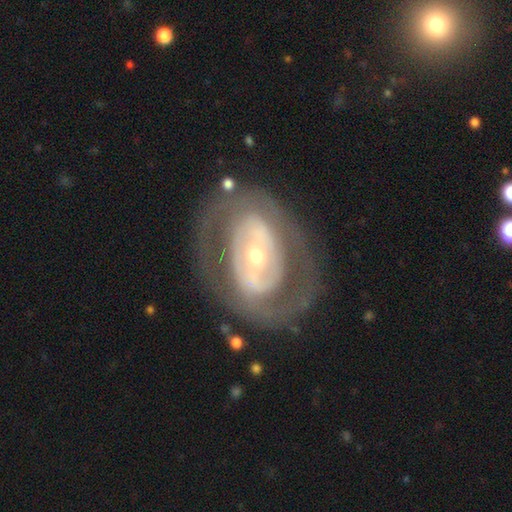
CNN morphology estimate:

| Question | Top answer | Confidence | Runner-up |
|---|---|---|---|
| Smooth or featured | featured or disk | 79% | smooth (16%) |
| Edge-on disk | no | 94% | yes (6%) |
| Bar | no | 42% | weak (29%) |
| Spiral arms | yes | 52% | no (48%) |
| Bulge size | small | 56% | moderate (38%) |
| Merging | none | 73% | minor disturbance (13%) |